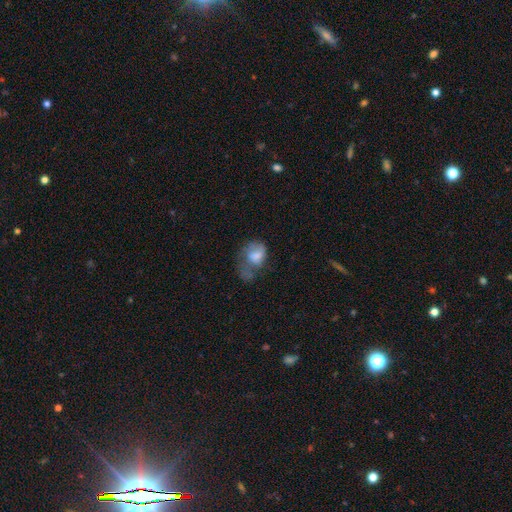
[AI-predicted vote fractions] A smooth galaxy with no disk features (62%) that is in between round and cigar-shaped (70%).

Vote fractions:
- Smooth or featured? smooth: 62% / featured or disk: 28% / star or artifact: 10%
- How rounded? in between: 70% / round: 29% / cigar-shaped: 1%
- Merging? major disturbance: 45% / minor disturbance: 24% / none: 21% / merger: 10%